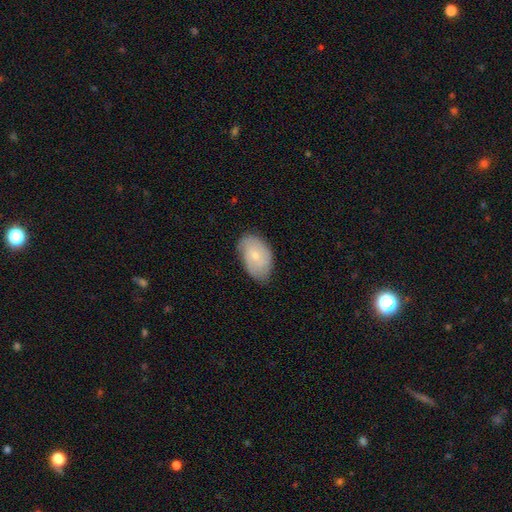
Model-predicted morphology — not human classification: Overall: smooth (58%; featured or disk 36%). How rounded: in between (90%). Merging: none (67%).